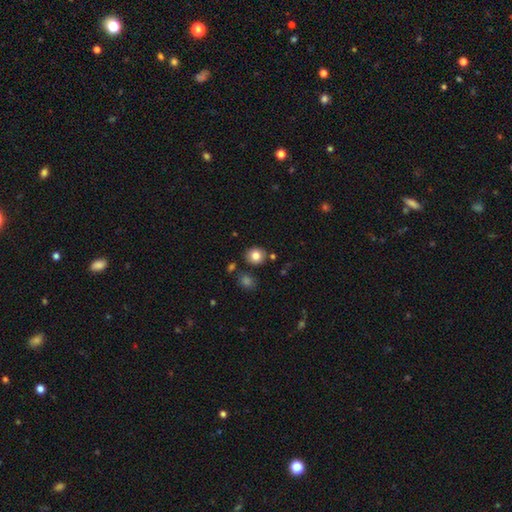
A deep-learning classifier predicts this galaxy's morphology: Smooth or featured: smooth — 83% (star or artifact — 10%)
How rounded: round — 79% (in between — 20%)
Merging: none — 82% (minor disturbance — 10%)